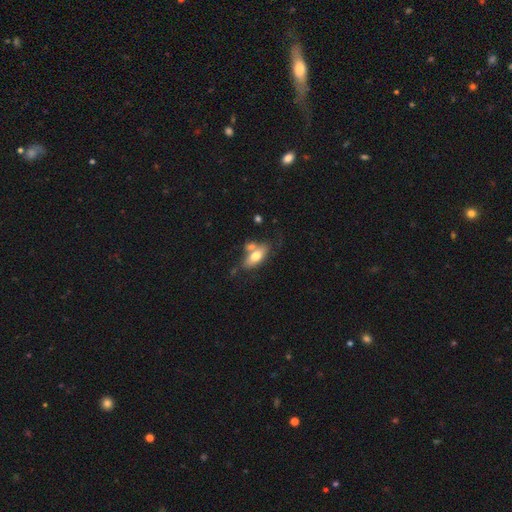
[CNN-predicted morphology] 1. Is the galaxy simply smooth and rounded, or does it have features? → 68% smooth, 25% featured or disk, 7% star or artifact.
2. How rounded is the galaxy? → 85% in between, 11% cigar-shaped, 4% round.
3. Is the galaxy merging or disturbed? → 46% none, 29% merger, 18% minor disturbance, 7% major disturbance.